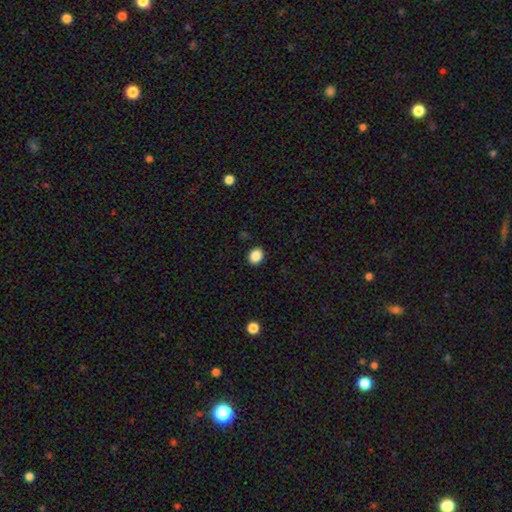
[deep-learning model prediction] Morphology: type=smooth (88%); roundness=round (62%); merging=none (91%).